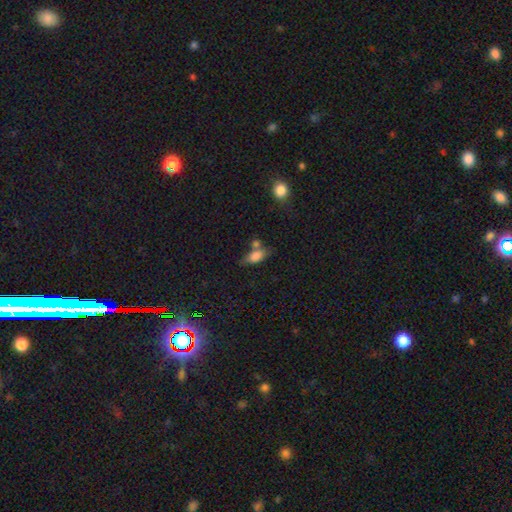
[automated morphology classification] Smooth or featured? Predicted: smooth (p=0.76). How rounded? Predicted: in between (p=0.80). Merging? Predicted: none (p=0.44).